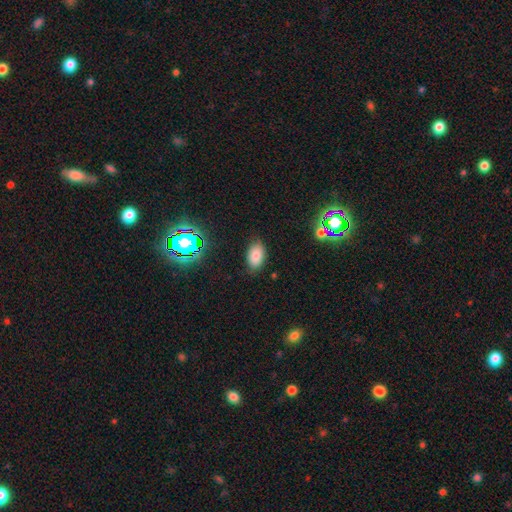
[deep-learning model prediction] smooth-or-featured: smooth: 79% | star or artifact: 13% | featured or disk: 8%
  how-rounded: in between: 92% | round: 7% | cigar-shaped: 1%
  merging: none: 83% | minor disturbance: 13% | major disturbance: 3% | merger: 1%